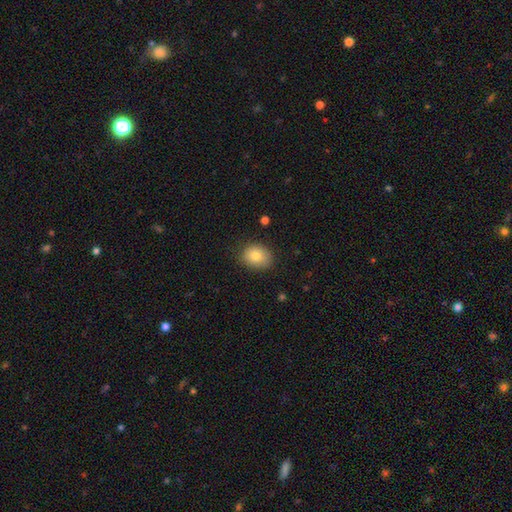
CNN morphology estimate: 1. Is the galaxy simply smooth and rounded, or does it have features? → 81% smooth, 10% featured or disk, 9% star or artifact.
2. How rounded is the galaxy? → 51% in between, 48% round, 1% cigar-shaped.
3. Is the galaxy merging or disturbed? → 82% none, 14% minor disturbance, 3% major disturbance, 1% merger.